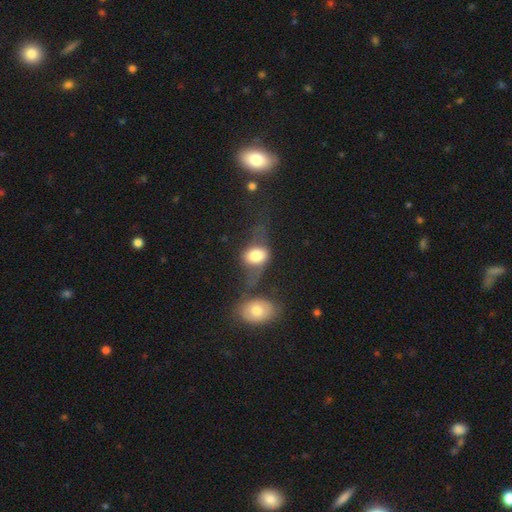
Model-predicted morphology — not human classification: Smooth or featured? smooth (67%)
How rounded? in between (71%)
Merging? merger (29%)